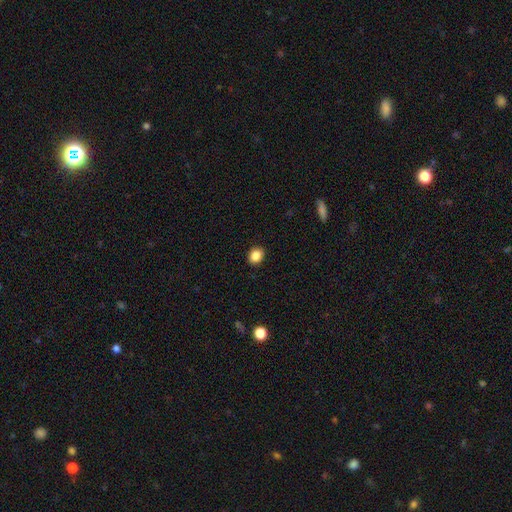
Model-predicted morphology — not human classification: A smooth galaxy with no disk features (86%) that is round (56%).

Vote fractions:
- Smooth or featured? smooth: 86% / star or artifact: 10% / featured or disk: 4%
- How rounded? round: 56% / in between: 43% / cigar-shaped: 1%
- Merging? none: 90% / minor disturbance: 7% / major disturbance: 2% / merger: 1%